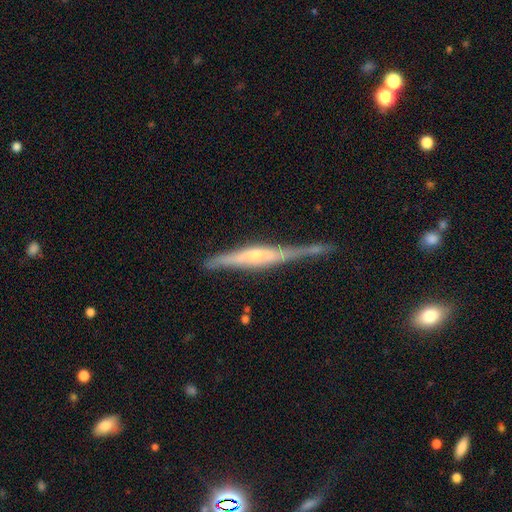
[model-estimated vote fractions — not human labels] This appears to be a featured or disk galaxy (75%) viewed edge-on (95%) with a rounded central bulge (57%). Merging: none (64%).